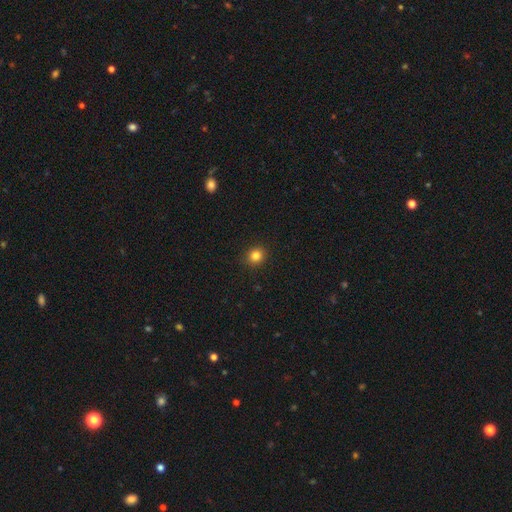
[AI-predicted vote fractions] Morphology: type=smooth (84%); roundness=round (86%); merging=none (91%).